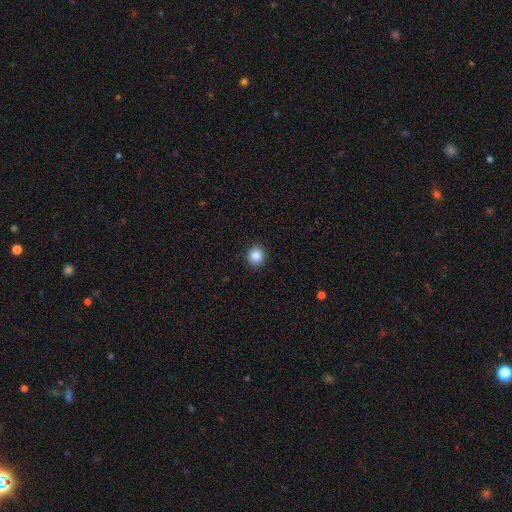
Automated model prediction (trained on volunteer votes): smooth 86%, star or artifact 10%, featured or disk 4%. Down the decision tree: how rounded — round (89%); merging — none (91%).